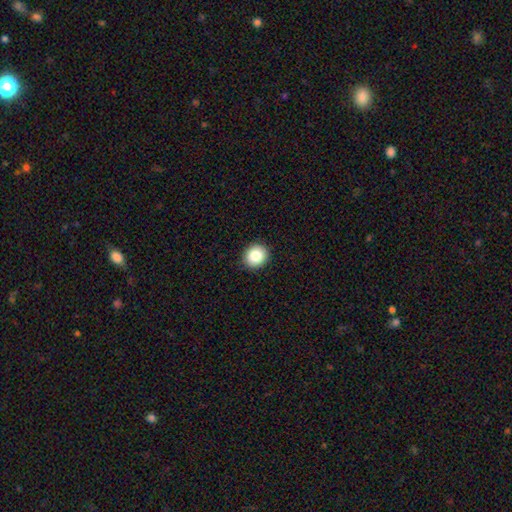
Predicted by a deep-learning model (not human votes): This appears to be a smooth galaxy with no disk features (84%) that is round (85%). Merging: none (92%).